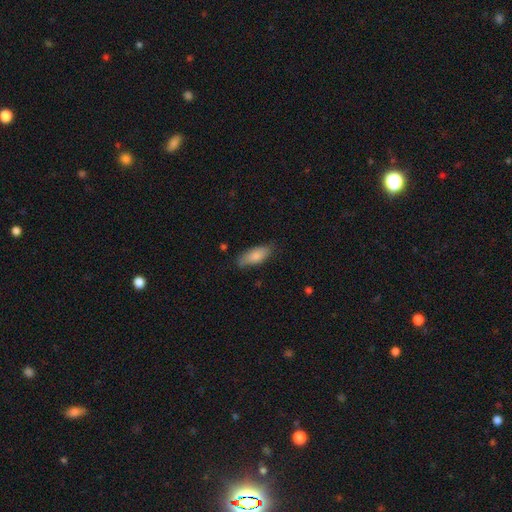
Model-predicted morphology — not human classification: This is clearly a smooth galaxy (83%). How rounded: likely in between (77%). Merging: likely none (75%).